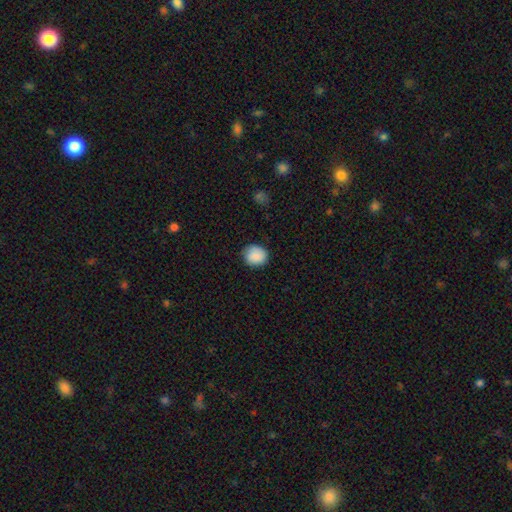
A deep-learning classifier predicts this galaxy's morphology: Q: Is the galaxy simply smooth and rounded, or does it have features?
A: smooth — 88%.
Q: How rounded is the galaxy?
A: round — 79%.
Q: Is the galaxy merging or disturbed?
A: none — 80%.